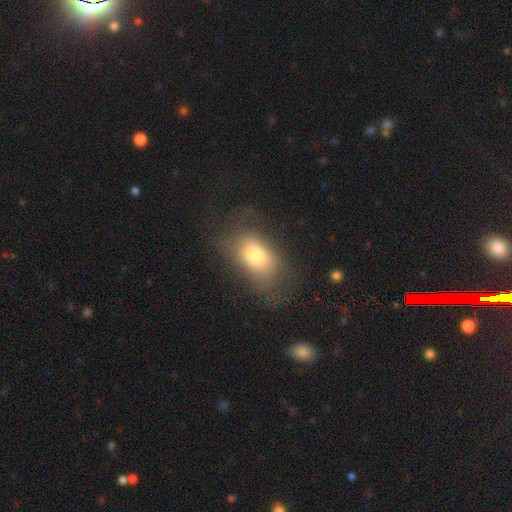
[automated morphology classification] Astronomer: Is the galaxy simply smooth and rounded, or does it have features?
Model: smooth — 73%.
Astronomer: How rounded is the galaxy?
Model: in between — 82%.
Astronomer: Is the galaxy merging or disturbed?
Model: none — 56%.